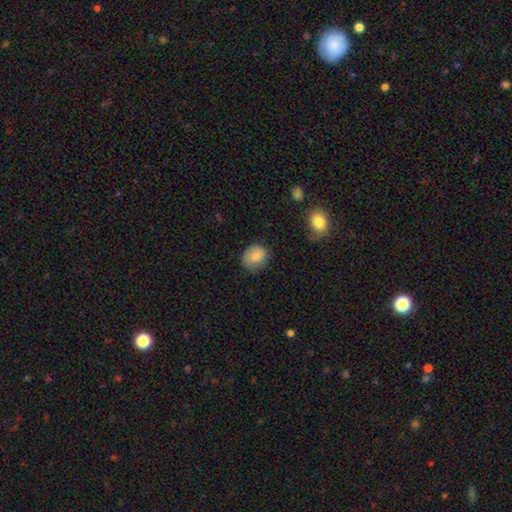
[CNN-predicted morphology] This appears to be a smooth galaxy with no disk features (84%) that is round (59%). Merging: none (72%).